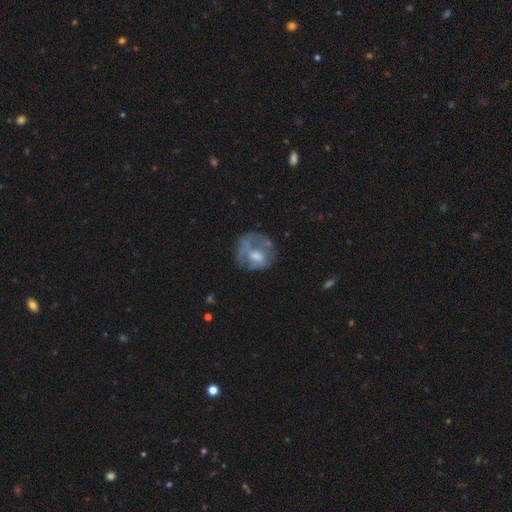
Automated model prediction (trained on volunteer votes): smooth_or_featured: featured or disk (p=0.49) [alt: smooth p=0.40]
merging: none (p=0.46) [alt: major disturbance p=0.25]